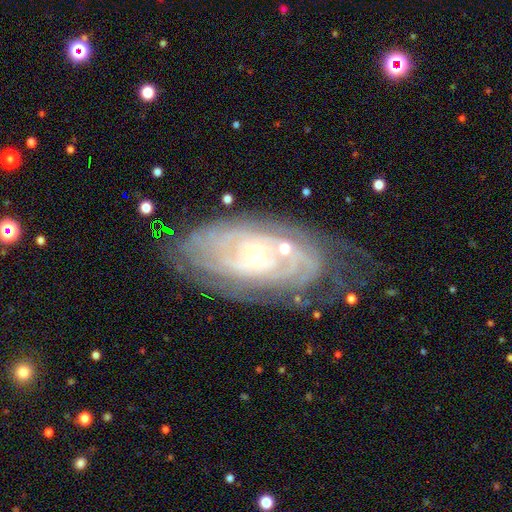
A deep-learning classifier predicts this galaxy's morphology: smooth-or-featured: featured or disk: 83% | smooth: 10% | star or artifact: 7%
  disk-edge-on: no: 92% | yes: 8%
    bar: no: 70% | weak: 22% | strong: 7%
    has-spiral-arms: yes: 92% | no: 8%
      spiral-winding: tight: 78% | medium: 17% | loose: 4%
      spiral-arm-count: can't tell: 50% | 2: 12% | 4: 12% | more than 4: 11% | 3: 11% | 1: 5%
    bulge-size: small: 58% | moderate: 37% | large: 3% | none: 1% | dominant: 1%
  merging: none: 67% | minor disturbance: 20% | major disturbance: 9% | merger: 4%